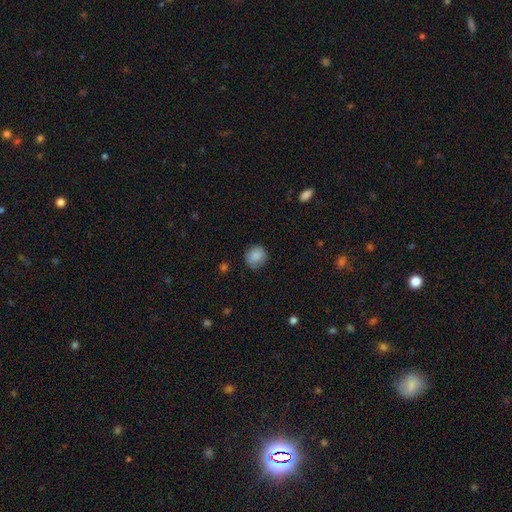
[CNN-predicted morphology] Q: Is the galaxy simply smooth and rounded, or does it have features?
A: smooth — 86%.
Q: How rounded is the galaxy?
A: round — 85%.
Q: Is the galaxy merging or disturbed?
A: none — 83%.